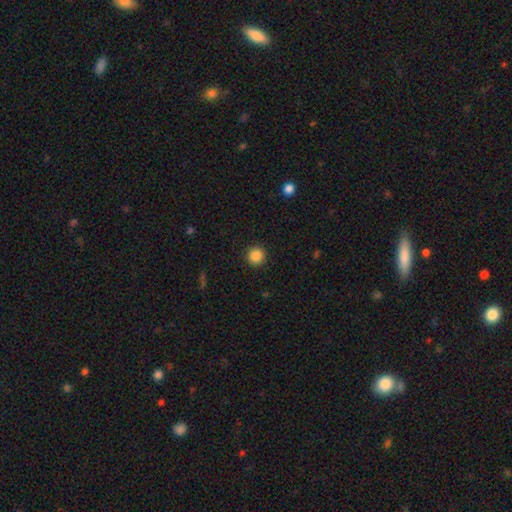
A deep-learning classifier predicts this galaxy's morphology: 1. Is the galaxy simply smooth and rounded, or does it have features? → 87% smooth, 10% star or artifact, 3% featured or disk.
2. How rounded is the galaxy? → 95% round, 5% in between, 1% cigar-shaped.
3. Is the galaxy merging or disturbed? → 92% none, 5% minor disturbance, 2% major disturbance, 1% merger.